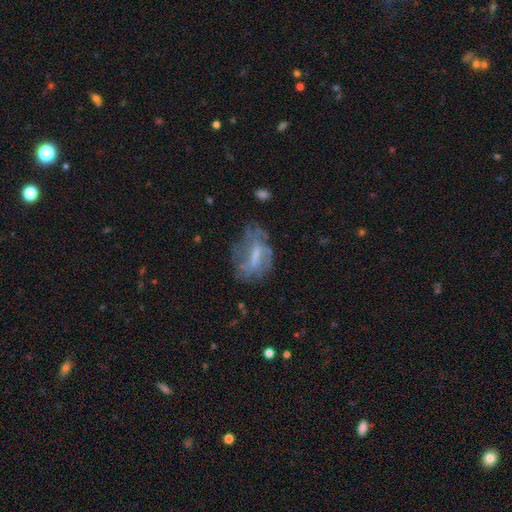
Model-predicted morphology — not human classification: smooth-or-featured: featured or disk: 58% | smooth: 32% | star or artifact: 10%
  disk-edge-on: no: 94% | yes: 6%
    bar: weak: 47% | no: 28% | strong: 25%
    has-spiral-arms: no: 50% (tied) | yes: 50% (tied)
    bulge-size: moderate: 33% | small: 31% | none: 30% | large: 5% | dominant: 1%
  merging: none: 48% | minor disturbance: 26% | major disturbance: 23% | merger: 3%